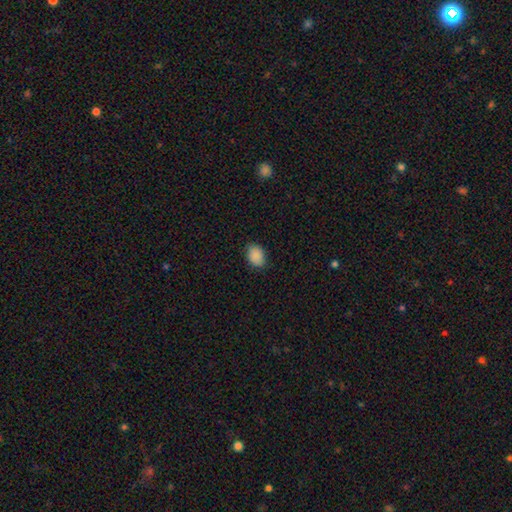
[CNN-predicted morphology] smooth 89%, star or artifact 8%, featured or disk 3%. Down the decision tree: how rounded — in between (77%); merging — none (83%).